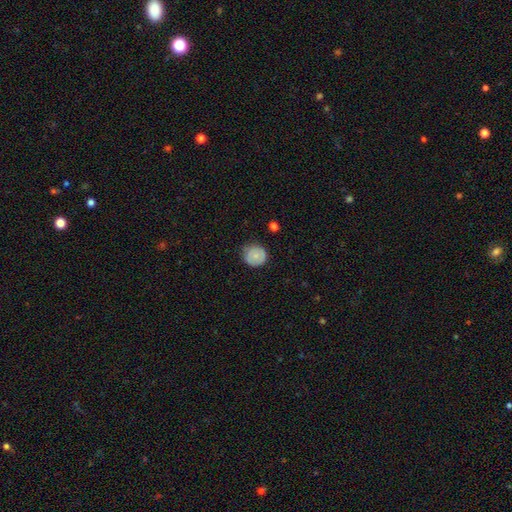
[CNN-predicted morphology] Overall: smooth (72%). How rounded: round (88%). Merging: none (73%).